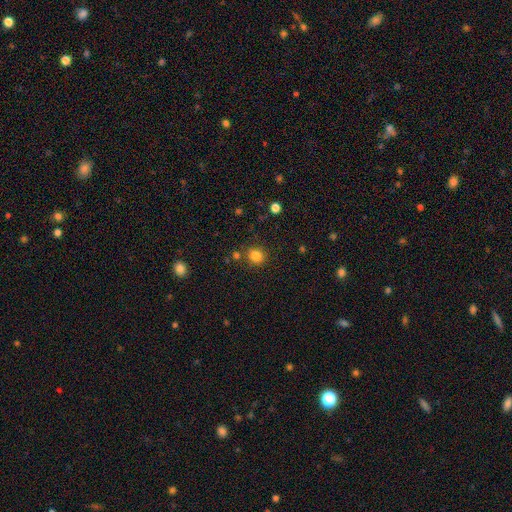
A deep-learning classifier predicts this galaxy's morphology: Smooth or featured? Predicted: smooth (p=0.83). How rounded? Predicted: round (p=0.86). Merging? Predicted: none (p=0.80).